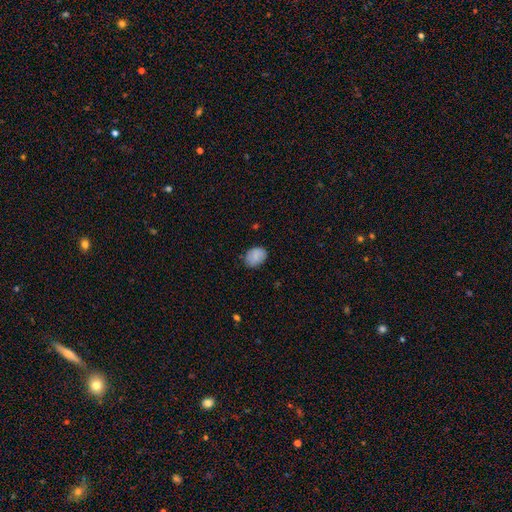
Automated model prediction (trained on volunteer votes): Morphology: type=smooth (83%); roundness=in between (66%); merging=none (77%).